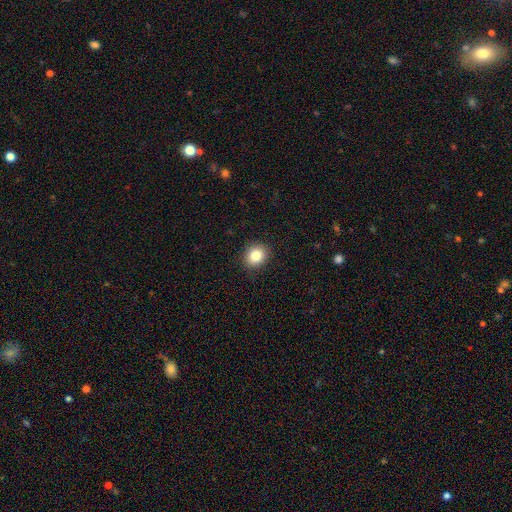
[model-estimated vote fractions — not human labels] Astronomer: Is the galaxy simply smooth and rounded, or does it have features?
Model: smooth — 83%.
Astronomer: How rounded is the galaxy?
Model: round — 76%.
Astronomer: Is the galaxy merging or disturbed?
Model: none — 90%.